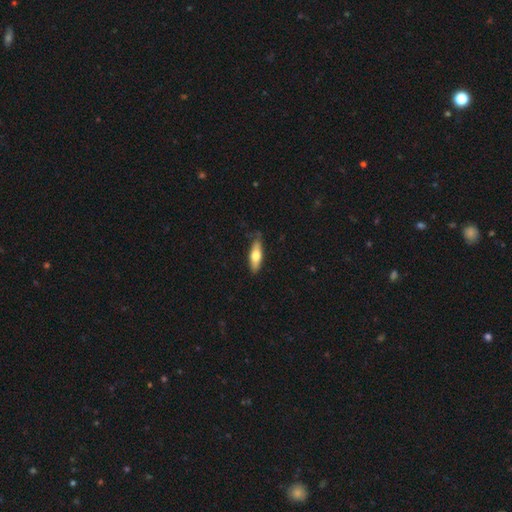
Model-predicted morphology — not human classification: Q: Smooth or featured?
A: smooth (62%); runner-up: featured or disk (33%)
Q: How rounded?
A: cigar-shaped (51%); runner-up: in between (46%)
Q: Merging?
A: none (78%); runner-up: minor disturbance (17%)